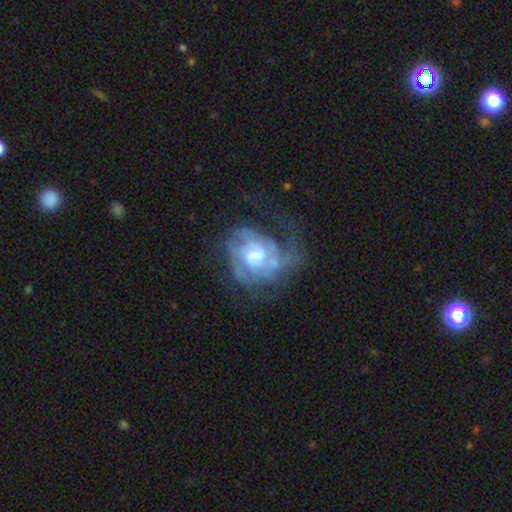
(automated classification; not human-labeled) Overall: featured or disk (79%). Edge-on disk: no (98%). Bar: weak (46%; no 44%). Spiral arms: yes (85%). Spiral arm count: can't tell (37%; 2 33%). Spiral winding: tight (48%; medium 38%). Bulge size: moderate (44%; small 27%). Merging: major disturbance (38%; none 35%).